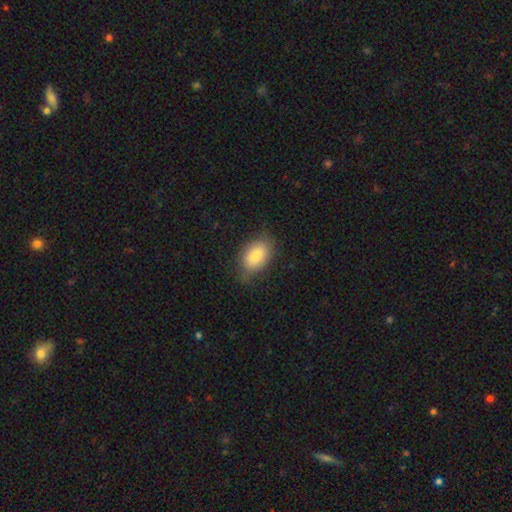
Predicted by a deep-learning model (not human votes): A smooth galaxy with no disk features (82%) that is in between round and cigar-shaped (89%). Merging: none (67%).